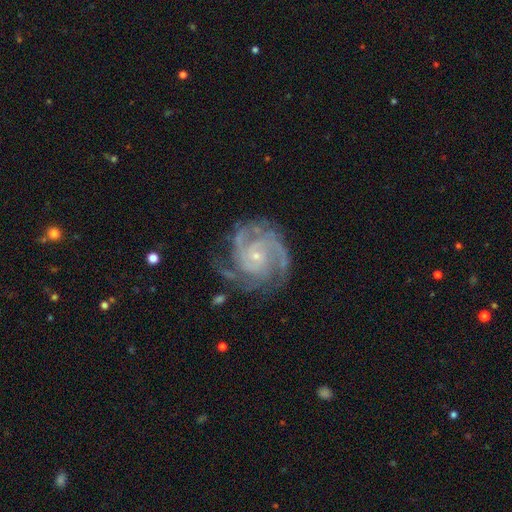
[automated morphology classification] smooth-or-featured: featured or disk: 90% | star or artifact: 5% | smooth: 4%
  disk-edge-on: no: 98% | yes: 2%
    bar: no: 72% | weak: 22% | strong: 6%
    has-spiral-arms: yes: 98% | no: 2%
      spiral-winding: tight: 63% | medium: 32% | loose: 4%
      spiral-arm-count: 3: 37% | 2: 28% | can't tell: 12% | 4: 12% | more than 4: 5% | 1: 5%
    bulge-size: small: 82% | moderate: 14% | none: 2% | large: 1% | dominant: 1%
  merging: none: 70% | minor disturbance: 19% | major disturbance: 9% | merger: 2%